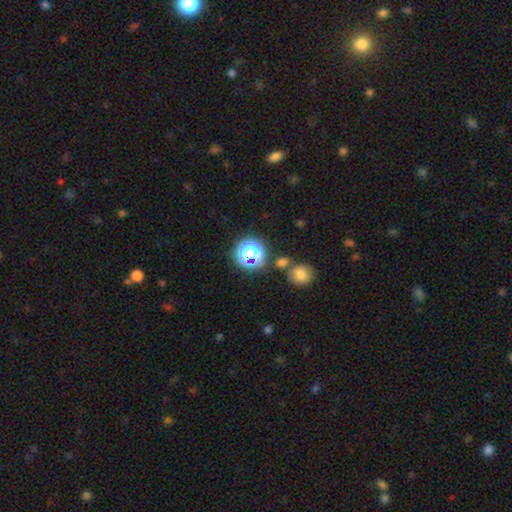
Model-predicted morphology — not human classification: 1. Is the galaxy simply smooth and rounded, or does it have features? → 50% smooth, 41% star or artifact, 9% featured or disk.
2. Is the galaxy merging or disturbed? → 66% none, 17% merger, 11% minor disturbance, 6% major disturbance.